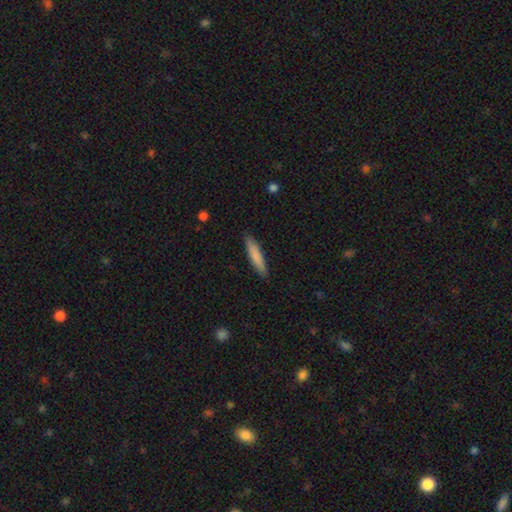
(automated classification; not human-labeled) A smooth galaxy with no disk features (81%) that is cigar-shaped (86%).

Vote fractions:
- Smooth or featured? smooth: 81% / featured or disk: 13% / star or artifact: 5%
- How rounded? cigar-shaped: 86% / in between: 13% / round: 1%
- Merging? none: 88% / minor disturbance: 9% / major disturbance: 2% / merger: 1%